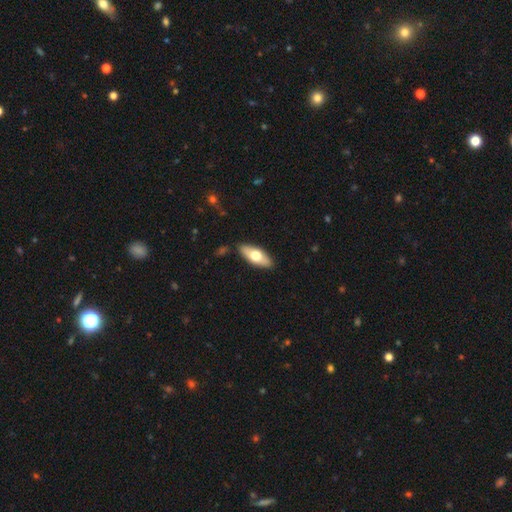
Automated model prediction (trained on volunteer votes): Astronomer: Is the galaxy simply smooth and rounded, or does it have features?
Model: smooth — 60%.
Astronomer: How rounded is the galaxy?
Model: in between — 77%.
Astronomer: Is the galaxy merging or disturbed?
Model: none — 87%.